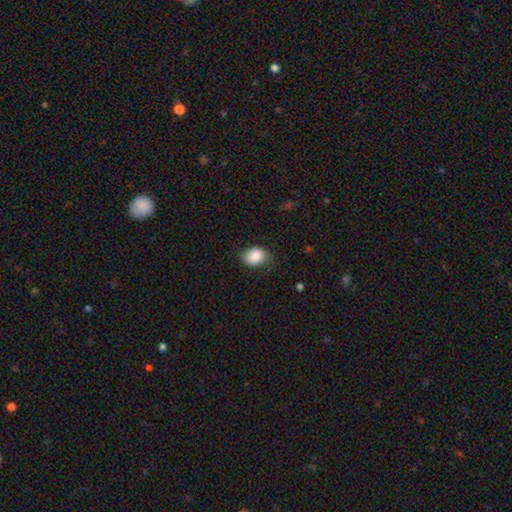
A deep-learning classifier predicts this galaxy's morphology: The model was most divided on "how rounded": in between: 67%, round: 32%, cigar-shaped: 1%. More confident: smooth or featured — smooth (84%); merging — none (66%).